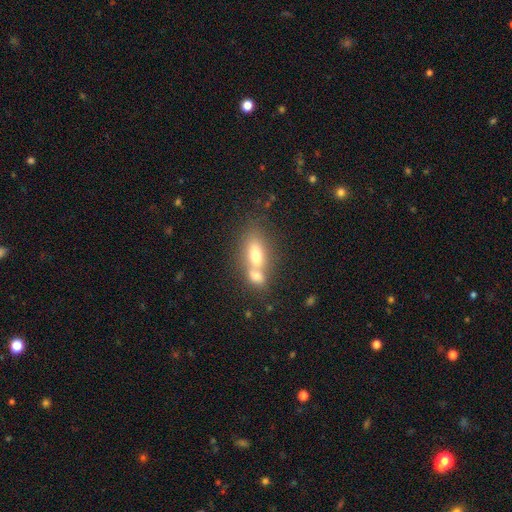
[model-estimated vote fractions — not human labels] Smooth or featured? Predicted: smooth (p=0.65). How rounded? Predicted: in between (p=0.74). Merging? Predicted: merger (p=0.58).